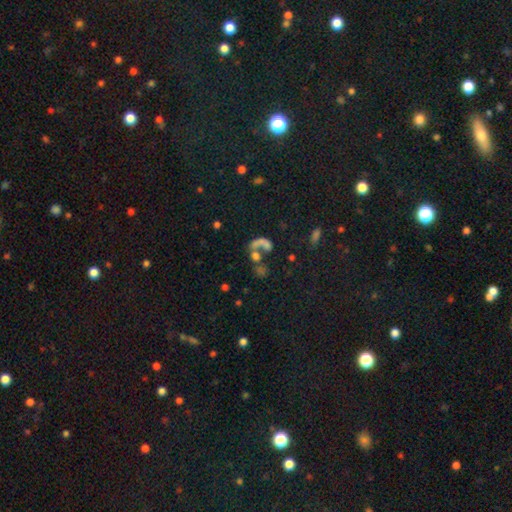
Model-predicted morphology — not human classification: type=smooth (36%); merging=merger (45%).